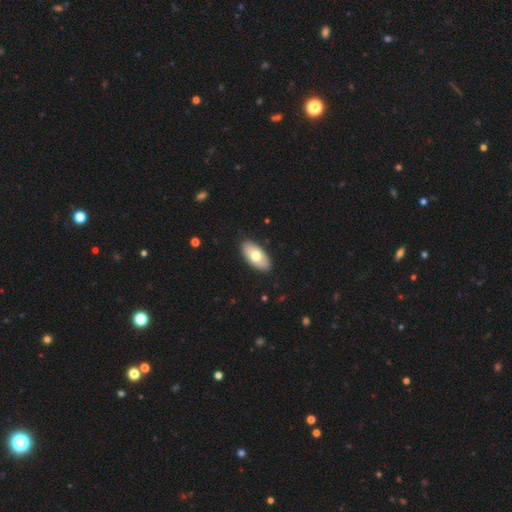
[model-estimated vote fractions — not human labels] Smooth or featured?
  - smooth: 68% *
  - featured or disk: 26%
  - star or artifact: 5%
How rounded?
  - in between: 93% *
  - cigar-shaped: 5%
  - round: 2%
Merging?
  - none: 88% *
  - minor disturbance: 9%
  - major disturbance: 2%
  - merger: 1%